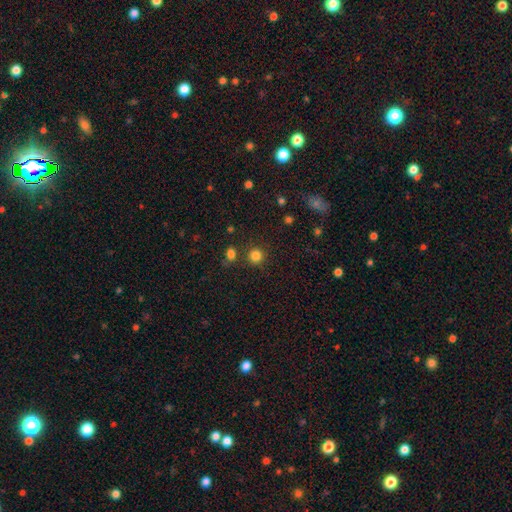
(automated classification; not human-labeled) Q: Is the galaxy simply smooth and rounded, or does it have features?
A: smooth — 83%.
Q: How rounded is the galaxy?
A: round — 91%.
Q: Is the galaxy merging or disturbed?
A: none — 84%.